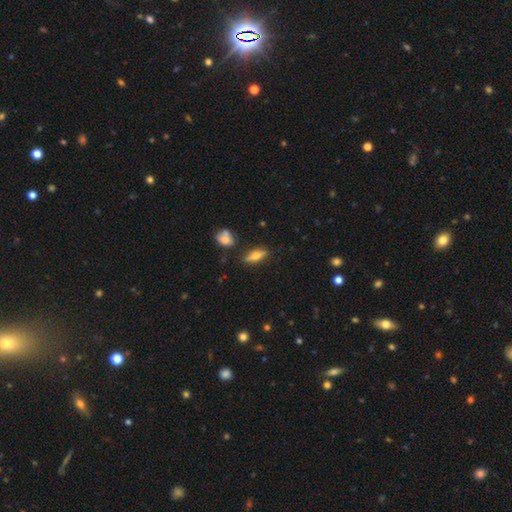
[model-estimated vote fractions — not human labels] Smooth or featured? Predicted: smooth (p=0.47). Merging? Predicted: none (p=0.81).